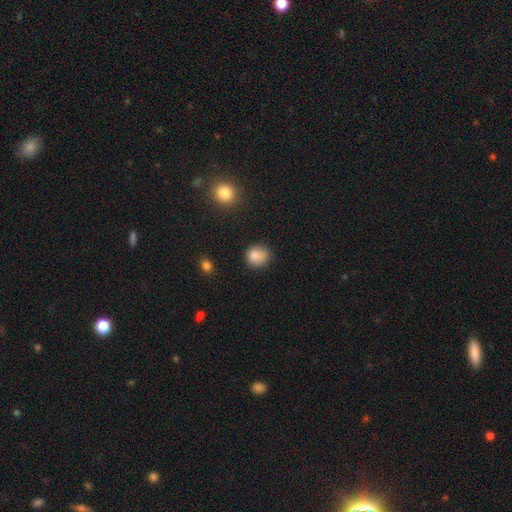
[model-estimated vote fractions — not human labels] Smooth or featured? smooth (83%)
How rounded? round (77%)
Merging? none (67%)